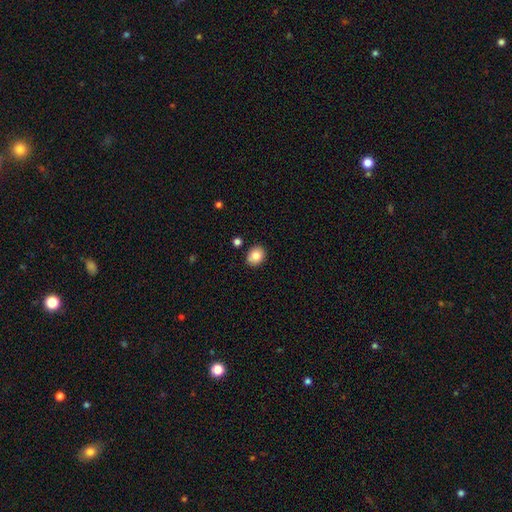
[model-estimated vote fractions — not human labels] smooth_or_featured: smooth (p=0.83) [alt: star or artifact p=0.09]
how_rounded: round (p=0.53) [alt: in between p=0.46]
merging: none (p=0.87) [alt: minor disturbance p=0.08]